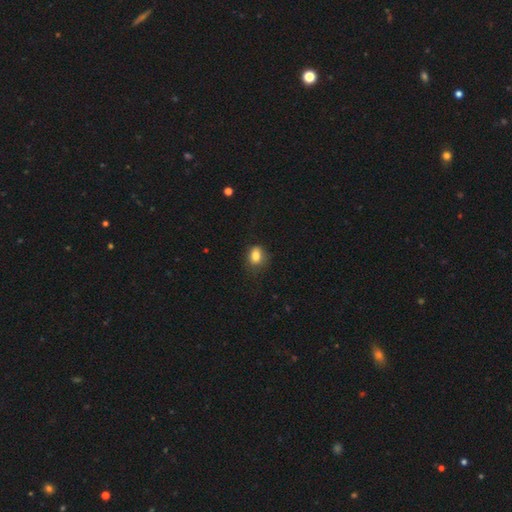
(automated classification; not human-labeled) Q: Smooth or featured?
A: smooth (82%); runner-up: star or artifact (10%)
Q: How rounded?
A: in between (58%); runner-up: round (41%)
Q: Merging?
A: none (68%); runner-up: minor disturbance (23%)